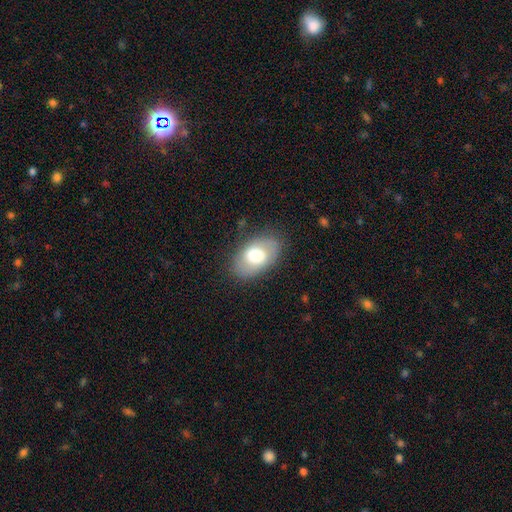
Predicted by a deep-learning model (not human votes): The model was most divided on "smooth or featured": smooth: 67%, featured or disk: 26%, star or artifact: 7%. More confident: how rounded — in between (92%); merging — none (80%).